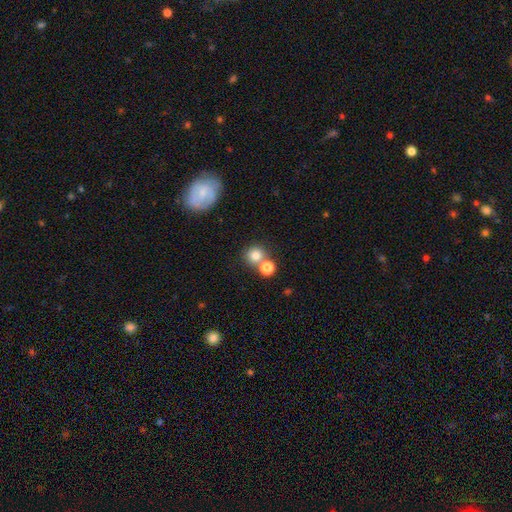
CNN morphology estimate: smooth 79%, star or artifact 12%, featured or disk 9%. Down the decision tree: how rounded — round (89%); merging — none (58%).